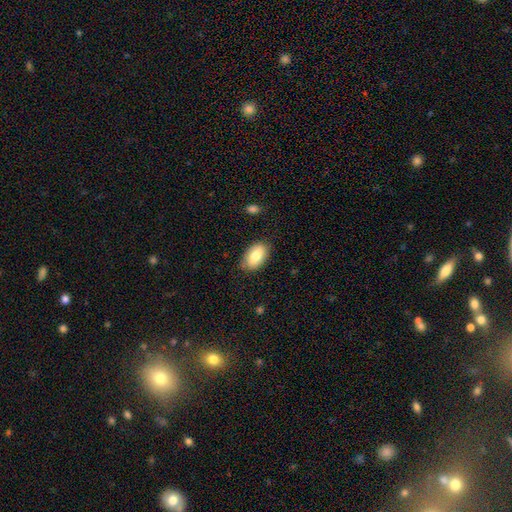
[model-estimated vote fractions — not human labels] The model was most divided on "merging": none: 81%, minor disturbance: 15%, major disturbance: 3%, merger: 1%. More confident: how rounded — in between (92%); smooth or featured — smooth (81%).